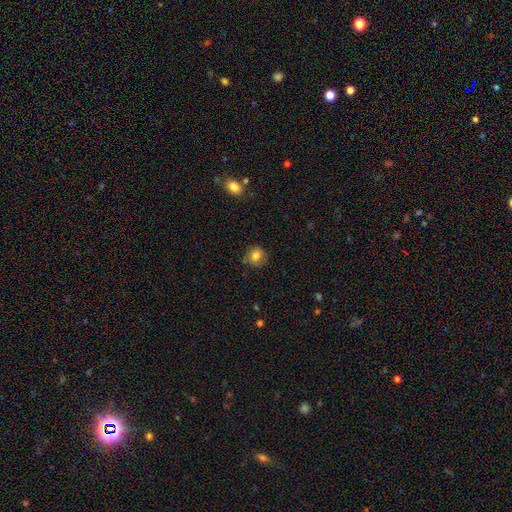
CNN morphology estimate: Q: Smooth or featured?
A: smooth (79%); runner-up: featured or disk (11%)
Q: How rounded?
A: round (75%); runner-up: in between (24%)
Q: Merging?
A: none (78%); runner-up: minor disturbance (16%)